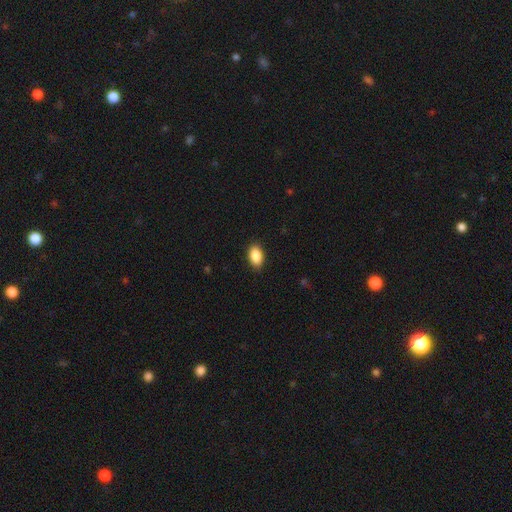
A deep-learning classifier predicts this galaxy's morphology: This is clearly a smooth galaxy (89%). How rounded: clearly in between (90%). Merging: clearly none (88%).